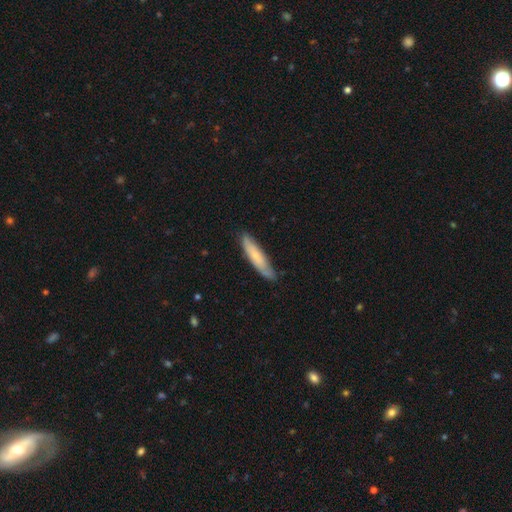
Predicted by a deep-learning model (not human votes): Q: Smooth or featured?
A: smooth (65%); runner-up: featured or disk (30%)
Q: How rounded?
A: cigar-shaped (82%); runner-up: in between (16%)
Q: Merging?
A: none (76%); runner-up: minor disturbance (19%)